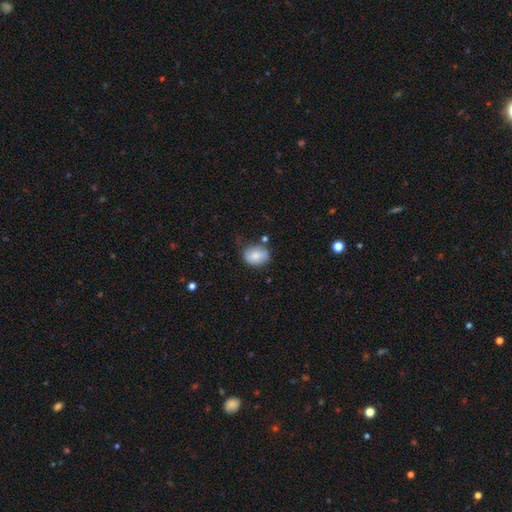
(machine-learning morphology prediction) Q: Smooth or featured?
A: smooth (76%); runner-up: featured or disk (16%)
Q: How rounded?
A: in between (64%); runner-up: round (35%)
Q: Merging?
A: none (65%); runner-up: minor disturbance (24%)